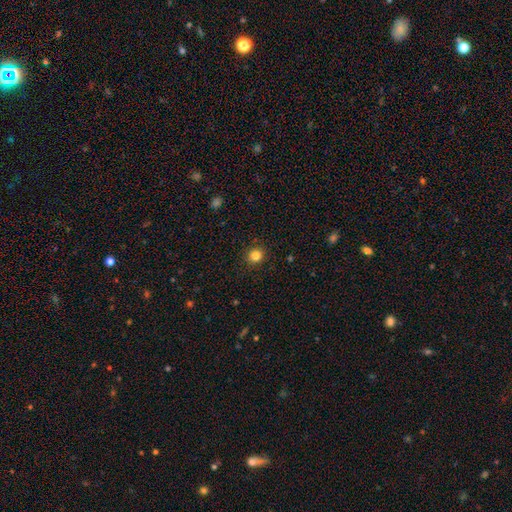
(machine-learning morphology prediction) Smooth or featured? smooth (83%)
How rounded? round (90%)
Merging? none (91%)